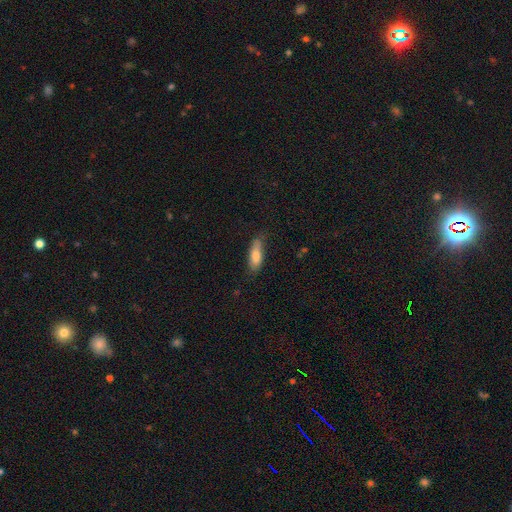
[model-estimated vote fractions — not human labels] Q: Smooth or featured?
A: smooth (80%); runner-up: featured or disk (14%)
Q: How rounded?
A: in between (55%); runner-up: cigar-shaped (43%)
Q: Merging?
A: none (71%); runner-up: minor disturbance (23%)